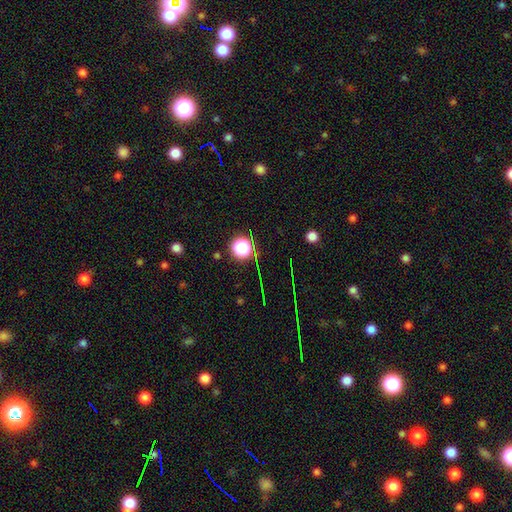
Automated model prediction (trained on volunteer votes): This is likely a star or artifact rather than a galaxy (69%).